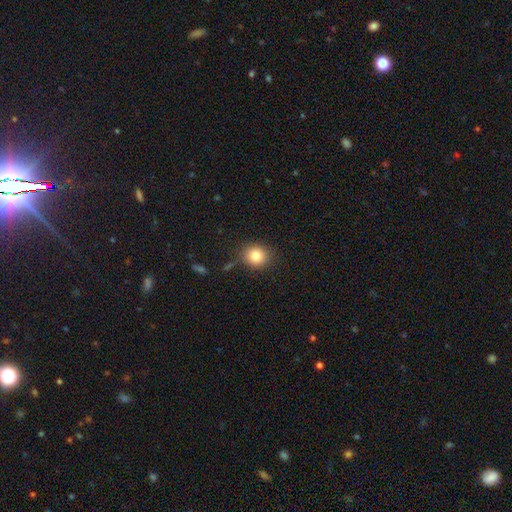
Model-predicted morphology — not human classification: smooth_or_featured: smooth (p=0.84) [alt: star or artifact p=0.10]
how_rounded: round (p=0.82) [alt: in between p=0.17]
merging: none (p=0.82) [alt: minor disturbance p=0.12]